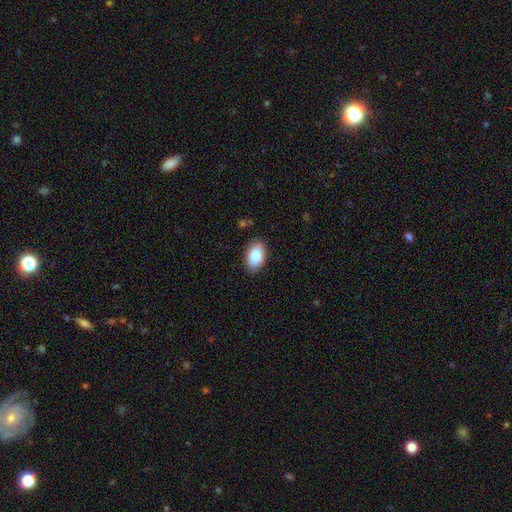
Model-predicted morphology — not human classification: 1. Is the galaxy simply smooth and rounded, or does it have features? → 86% smooth, 7% featured or disk, 7% star or artifact.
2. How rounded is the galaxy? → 92% in between, 6% round, 1% cigar-shaped.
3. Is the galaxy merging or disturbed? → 85% none, 11% minor disturbance, 2% major disturbance, 1% merger.